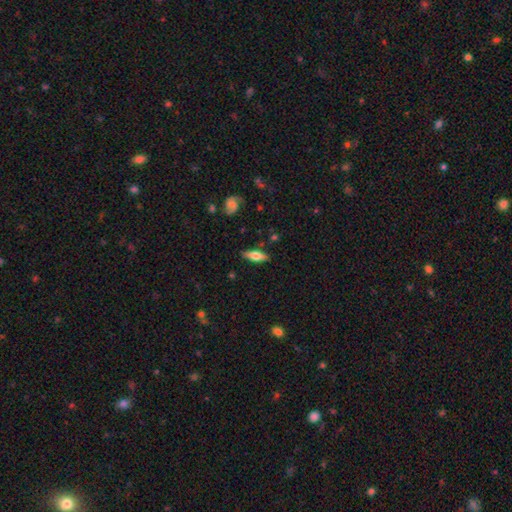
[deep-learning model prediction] A smooth galaxy with no disk features (58%) that is in between round and cigar-shaped (59%). Merging: none (85%).